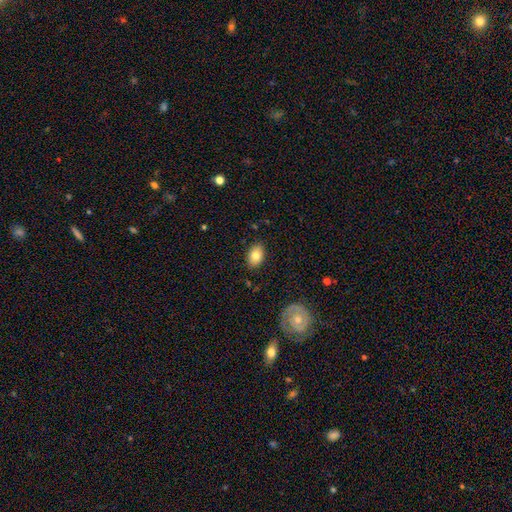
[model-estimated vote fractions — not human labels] Smooth or featured? smooth (79%)
How rounded? in between (85%)
Merging? none (86%)